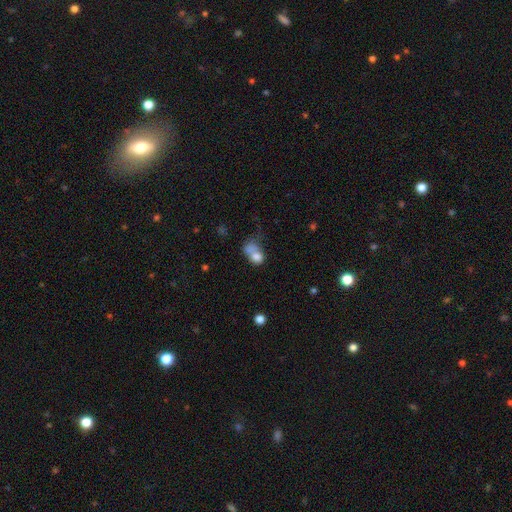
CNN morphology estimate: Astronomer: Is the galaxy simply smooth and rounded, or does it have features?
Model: smooth — 72%.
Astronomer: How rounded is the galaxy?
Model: in between — 59% (runner-up: round, 40%).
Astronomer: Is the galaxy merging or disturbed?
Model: merger — 48%.